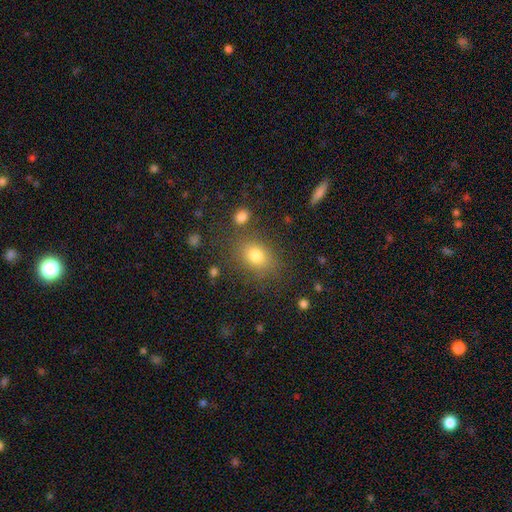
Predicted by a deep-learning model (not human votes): The model was most divided on "how rounded": in between: 58%, round: 41%, cigar-shaped: 1%. More confident: merging — none (78%); smooth or featured — smooth (77%).